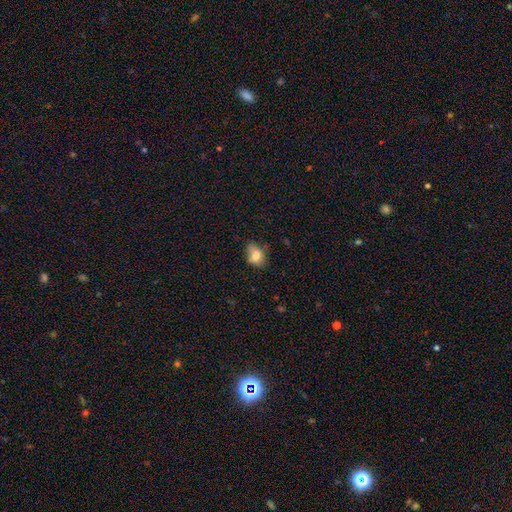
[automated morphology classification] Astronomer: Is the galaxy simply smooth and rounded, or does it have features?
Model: smooth — 76%.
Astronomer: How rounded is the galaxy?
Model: in between — 60% (runner-up: round, 39%).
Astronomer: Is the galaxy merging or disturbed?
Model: none — 50% (runner-up: minor disturbance, 34%).